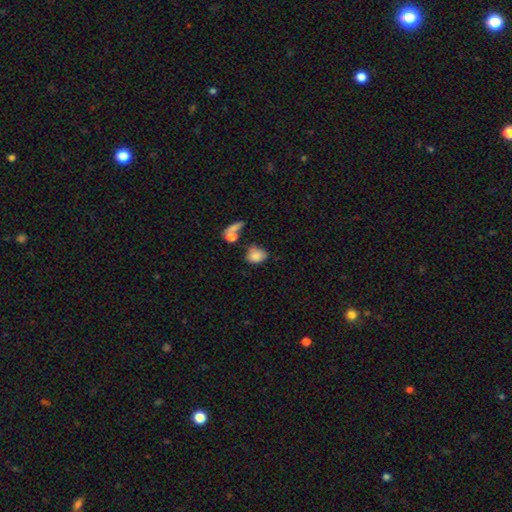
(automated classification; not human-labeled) smooth-or-featured: smooth: 81% | star or artifact: 10% | featured or disk: 9%
  how-rounded: in between: 57% | round: 41% | cigar-shaped: 2%
  merging: none: 54% | minor disturbance: 23% | merger: 14% | major disturbance: 9%